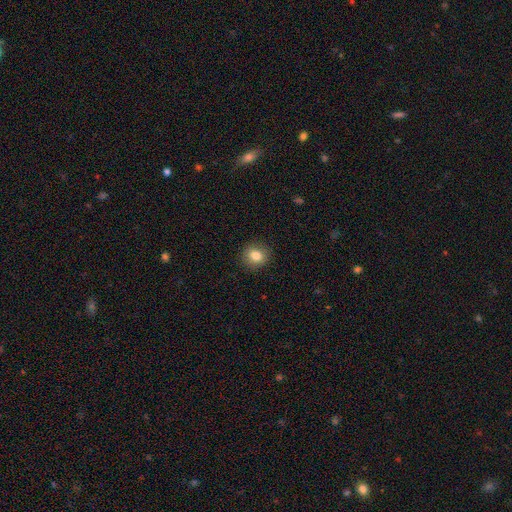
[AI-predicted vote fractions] smooth-or-featured: smooth: 84% | star or artifact: 9% | featured or disk: 7%
  how-rounded: round: 80% | in between: 19% | cigar-shaped: 1%
  merging: none: 89% | minor disturbance: 7% | major disturbance: 2% | merger: 1%